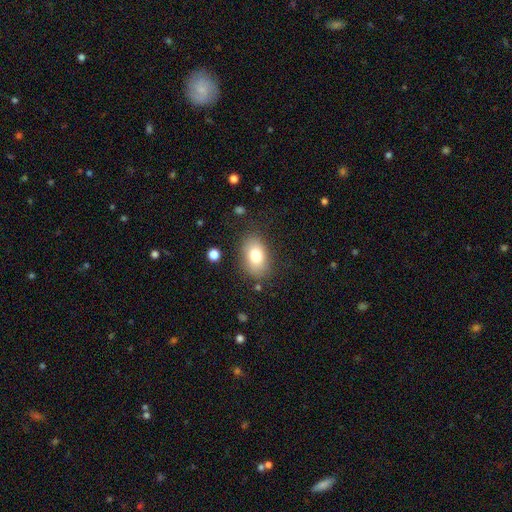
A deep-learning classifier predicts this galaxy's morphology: The model was most divided on "smooth or featured": smooth: 78%, featured or disk: 13%, star or artifact: 8%. More confident: how rounded — in between (86%); merging — none (81%).